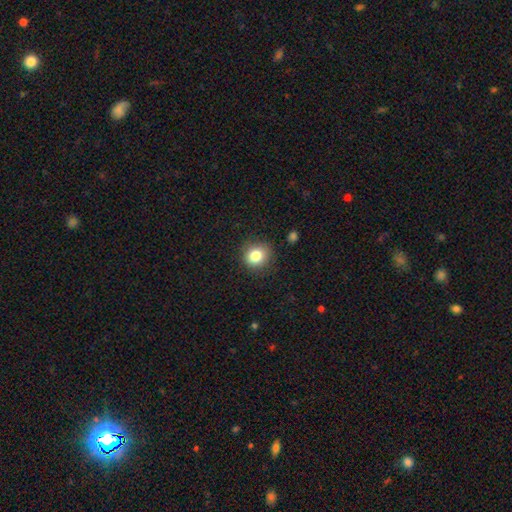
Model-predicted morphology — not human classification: A smooth galaxy with no disk features (83%) that is round (86%).

Vote fractions:
- Smooth or featured? smooth: 83% / star or artifact: 11% / featured or disk: 7%
- How rounded? round: 86% / in between: 14% / cigar-shaped: 1%
- Merging? none: 87% / minor disturbance: 9% / major disturbance: 3% / merger: 1%